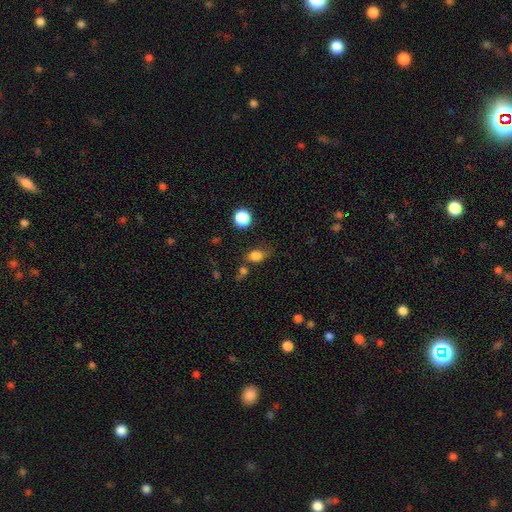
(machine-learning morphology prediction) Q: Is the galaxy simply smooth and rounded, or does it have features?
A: smooth — 82%.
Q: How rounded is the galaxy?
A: in between — 70%.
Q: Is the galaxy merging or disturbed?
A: none — 58%.